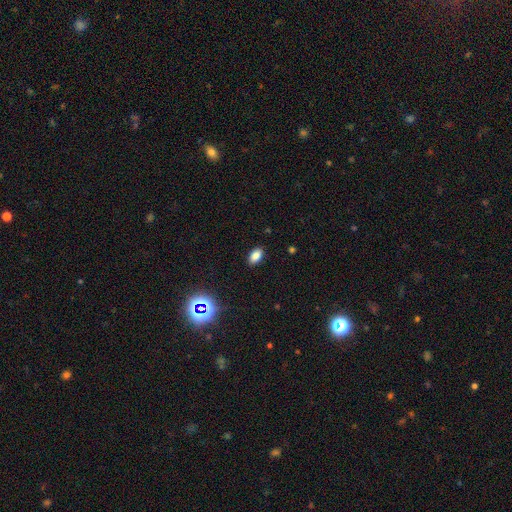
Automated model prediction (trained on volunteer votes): The model was most divided on "smooth or featured": smooth: 82%, star or artifact: 13%, featured or disk: 5%. More confident: how rounded — in between (91%); merging — none (88%).